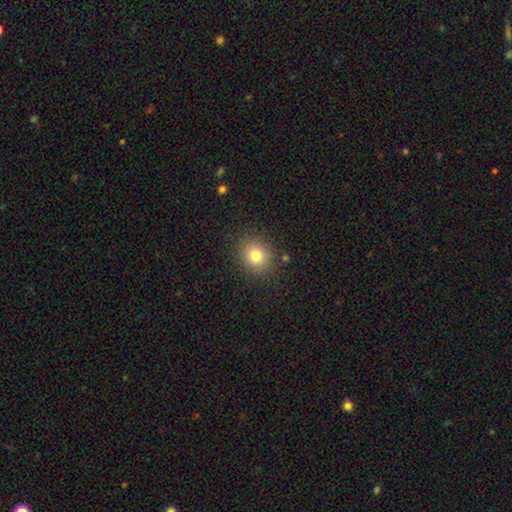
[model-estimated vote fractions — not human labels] Morphology: type=smooth (81%); roundness=round (74%); merging=none (87%).